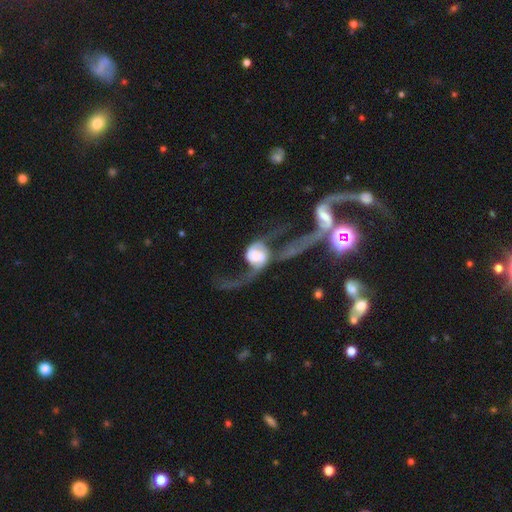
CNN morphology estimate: type=featured or disk (70%); edge-on=no (95%); bar=no (61%); spiral arms=yes (85%); winding=loose (83%); arm count=2 (79%); bulge=large (36%); merging=major disturbance (40%).